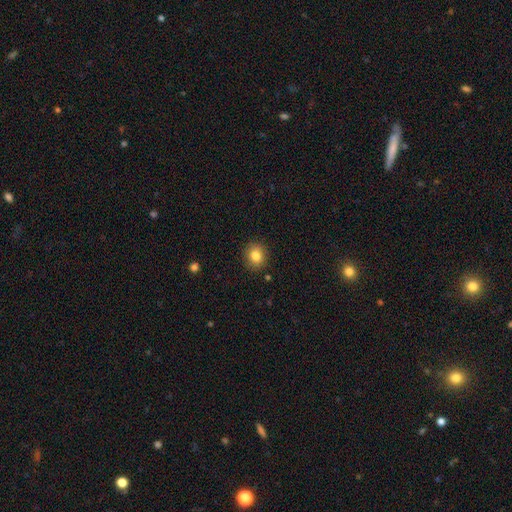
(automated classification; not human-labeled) smooth 83%, star or artifact 10%, featured or disk 6%. Down the decision tree: how rounded — round (74%); merging — none (89%).